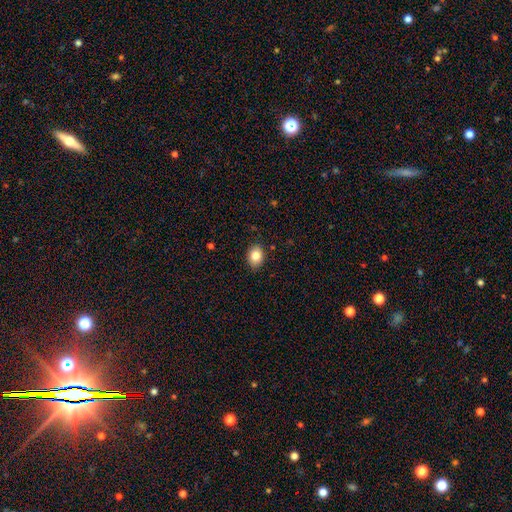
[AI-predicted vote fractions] A smooth galaxy with no disk features (83%) that is in between round and cigar-shaped (71%). Merging: none (87%).